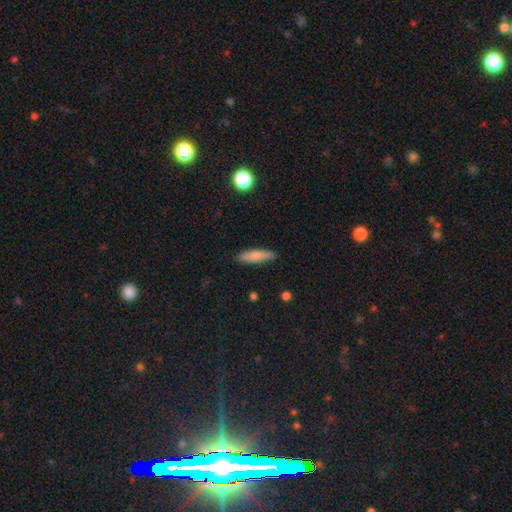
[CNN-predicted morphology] type=smooth (81%); roundness=cigar-shaped (69%); merging=none (89%).